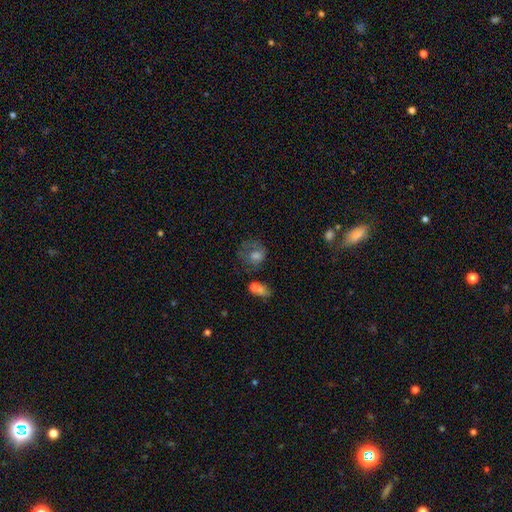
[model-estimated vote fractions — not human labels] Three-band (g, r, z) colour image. It shows a smooth galaxy with no disk features (53%) that is round (60%). Merging: none (40%).